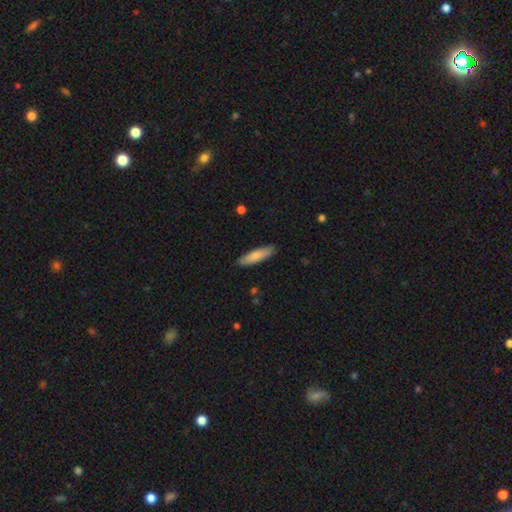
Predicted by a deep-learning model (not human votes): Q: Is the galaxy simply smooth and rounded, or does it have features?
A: smooth — 80%.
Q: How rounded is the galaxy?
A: cigar-shaped — 71%.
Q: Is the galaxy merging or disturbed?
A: none — 88%.